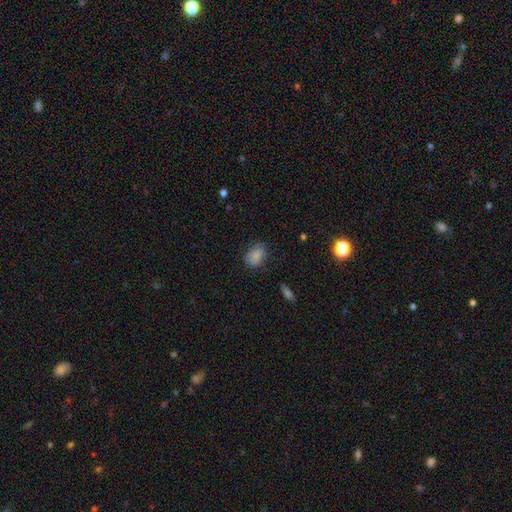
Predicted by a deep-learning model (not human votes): Smooth or featured: smooth — 85% (star or artifact — 9%)
How rounded: in between — 70% (round — 28%)
Merging: none — 75% (minor disturbance — 20%)